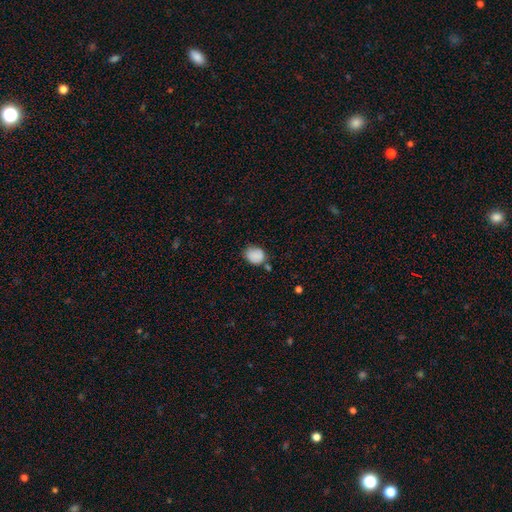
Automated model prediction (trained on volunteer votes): smooth-or-featured: smooth: 86% | star or artifact: 9% | featured or disk: 5%
  how-rounded: round: 57% | in between: 42% | cigar-shaped: 1%
  merging: none: 63% | minor disturbance: 25% | merger: 6% | major disturbance: 6%